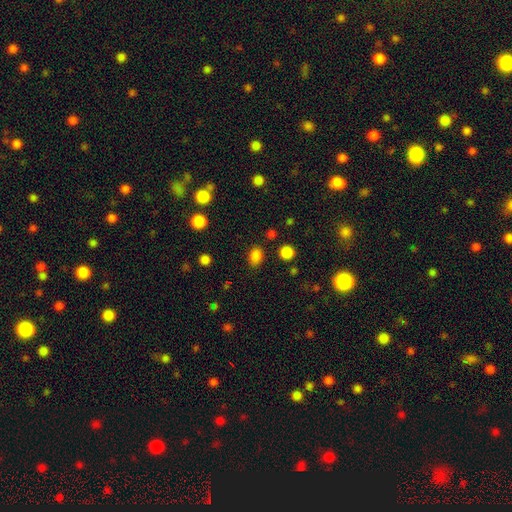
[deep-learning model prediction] The model was most divided on "how rounded": in between: 68%, round: 31%, cigar-shaped: 1%. More confident: smooth or featured — smooth (83%); merging — none (82%).